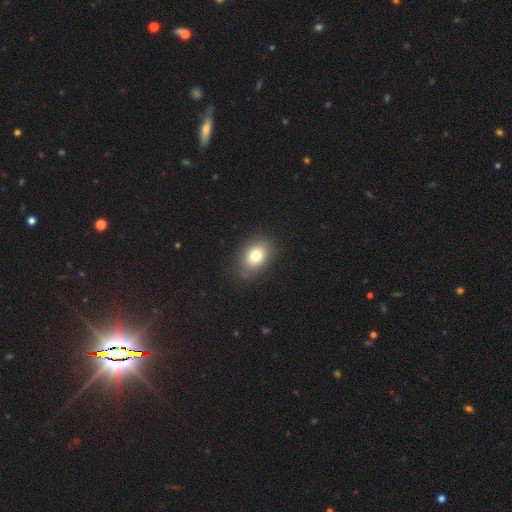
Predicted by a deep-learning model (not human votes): Smooth or featured: smooth — 79% (featured or disk — 11%)
How rounded: in between — 75% (round — 24%)
Merging: none — 82% (minor disturbance — 13%)